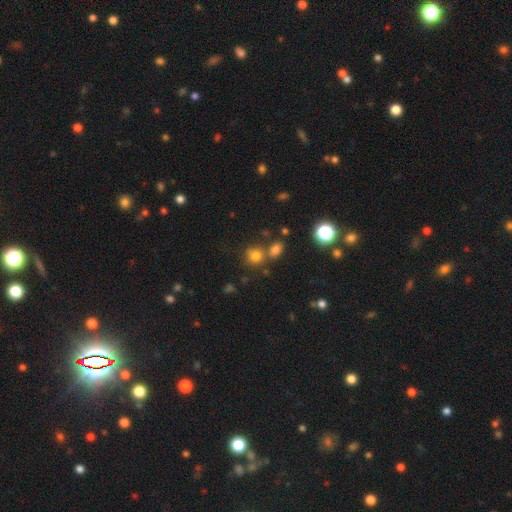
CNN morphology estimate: A smooth galaxy with no disk features (75%) that is round (80%). Merging: none (61%).